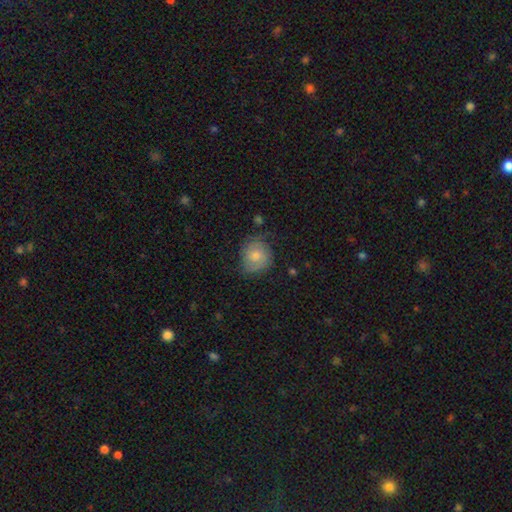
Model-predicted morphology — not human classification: Smooth or featured: smooth — 51% (featured or disk — 40%)
How rounded: round — 75% (in between — 24%)
Merging: none — 65% (minor disturbance — 26%)